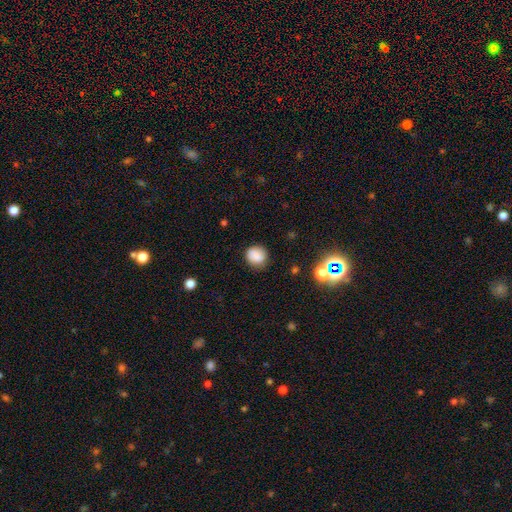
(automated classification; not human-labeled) Smooth or featured? smooth (84%)
How rounded? round (78%)
Merging? none (81%)